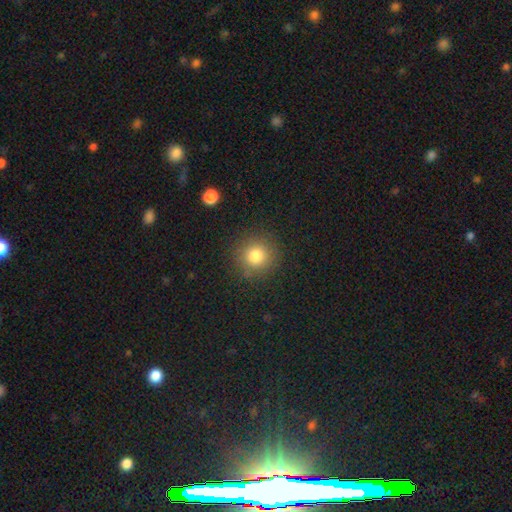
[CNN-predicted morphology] smooth-or-featured: smooth: 81% | star or artifact: 13% | featured or disk: 7%
  how-rounded: round: 93% | in between: 6% | cigar-shaped: 1%
  merging: none: 89% | minor disturbance: 7% | major disturbance: 3% | merger: 1%